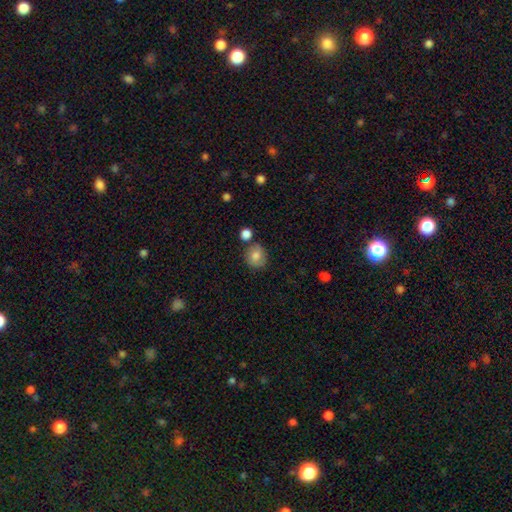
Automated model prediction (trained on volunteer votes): The model was most divided on "merging": none: 72%, minor disturbance: 14%, merger: 11%, major disturbance: 3%. More confident: how rounded — round (80%); smooth or featured — smooth (79%).